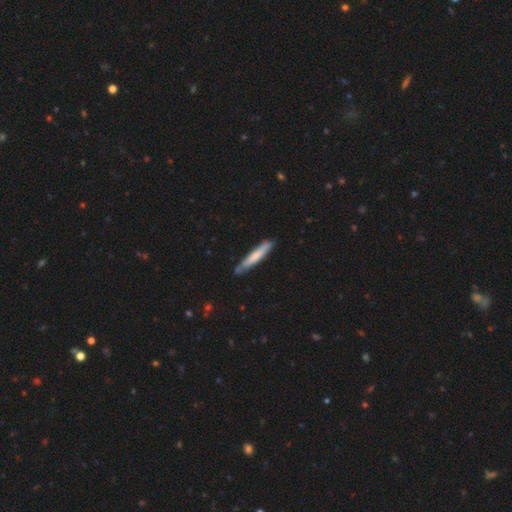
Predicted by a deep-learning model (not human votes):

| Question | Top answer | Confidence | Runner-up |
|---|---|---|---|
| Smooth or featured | smooth | 67% | featured or disk (28%) |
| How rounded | cigar-shaped | 94% | in between (5%) |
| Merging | none | 79% | minor disturbance (17%) |